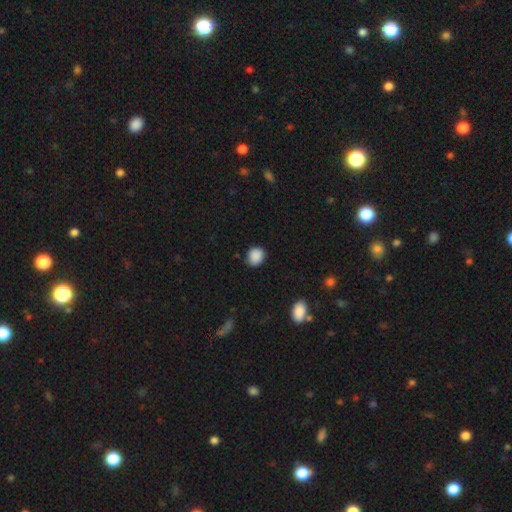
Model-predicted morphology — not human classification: Smooth or featured? smooth (88%)
How rounded? round (76%)
Merging? none (84%)